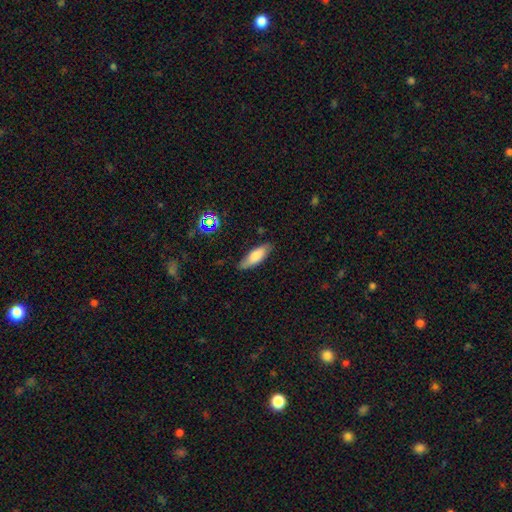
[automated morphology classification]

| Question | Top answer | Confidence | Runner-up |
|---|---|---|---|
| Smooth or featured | smooth | 76% | featured or disk (17%) |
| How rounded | in between | 59% | cigar-shaped (39%) |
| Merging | none | 80% | minor disturbance (15%) |